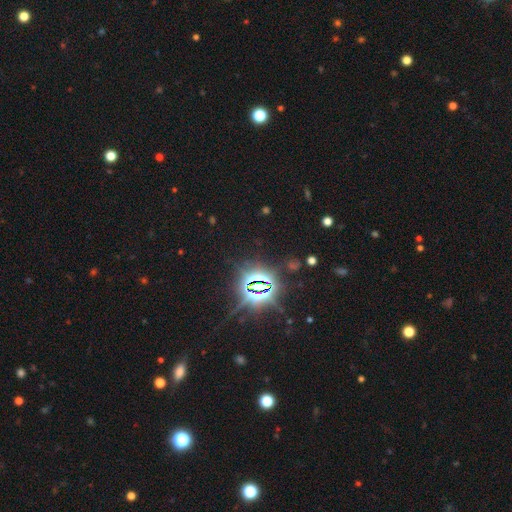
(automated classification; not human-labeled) Smooth or featured: star or artifact — 84% (smooth — 9%)